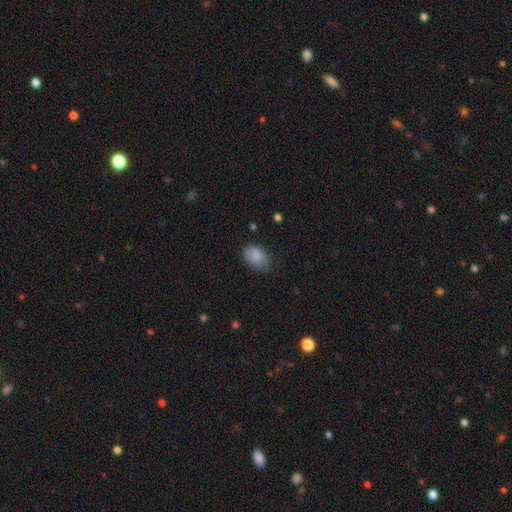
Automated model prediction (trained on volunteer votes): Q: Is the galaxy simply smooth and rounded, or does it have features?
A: smooth — 84%.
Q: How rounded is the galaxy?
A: in between — 83%.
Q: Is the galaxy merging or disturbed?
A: none — 65%.